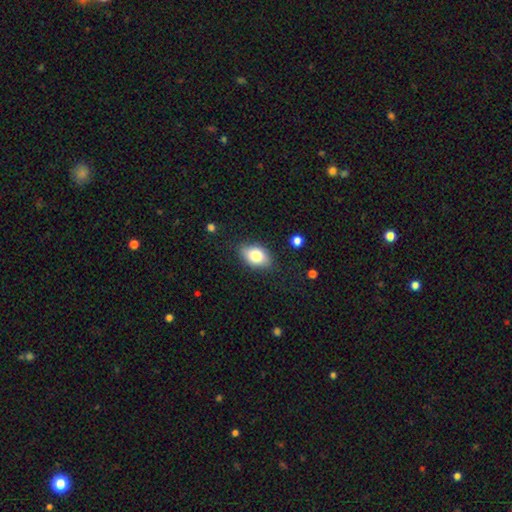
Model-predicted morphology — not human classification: Overall: smooth (78%). How rounded: in between (85%). Merging: none (80%).